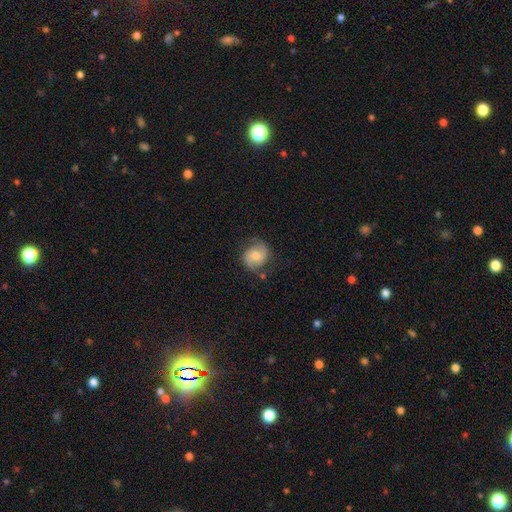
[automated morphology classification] Q: Smooth or featured?
A: featured or disk (54%); runner-up: smooth (38%)
Q: Edge-on disk?
A: no (97%); runner-up: yes (3%)
Q: Bar?
A: no (63%); runner-up: weak (30%)
Q: Spiral arms?
A: yes (85%); runner-up: no (15%)
Q: Bulge size?
A: moderate (66%); runner-up: small (25%)
Q: Merging?
A: none (71%); runner-up: minor disturbance (20%)